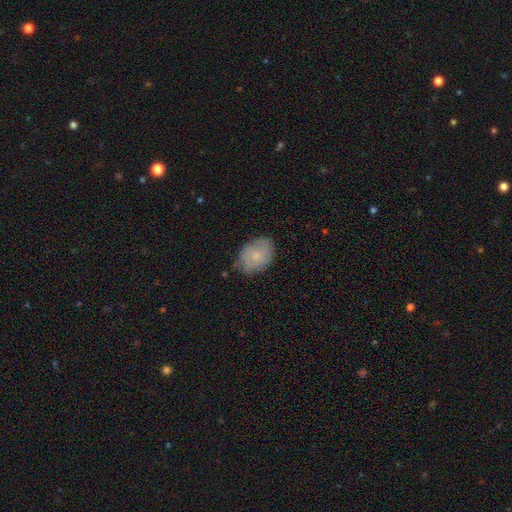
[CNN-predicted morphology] smooth-or-featured: smooth: 62% | featured or disk: 31% | star or artifact: 7%
  how-rounded: in between: 74% | round: 25% | cigar-shaped: 1%
  merging: none: 73% | minor disturbance: 22% | major disturbance: 4% | merger: 1%